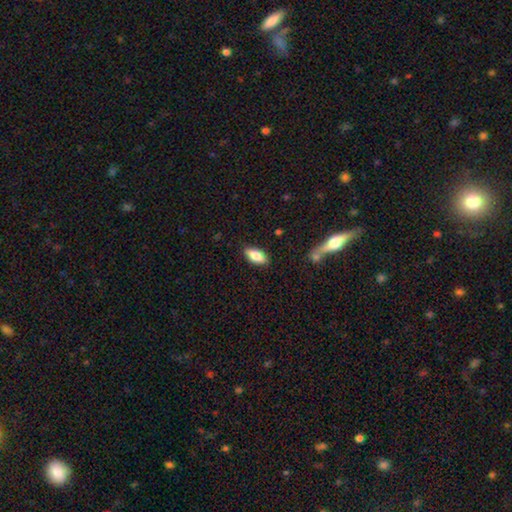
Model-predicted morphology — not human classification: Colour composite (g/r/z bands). It shows a smooth galaxy with no disk features (81%) that is in between round and cigar-shaped (85%). Merging: none (86%).